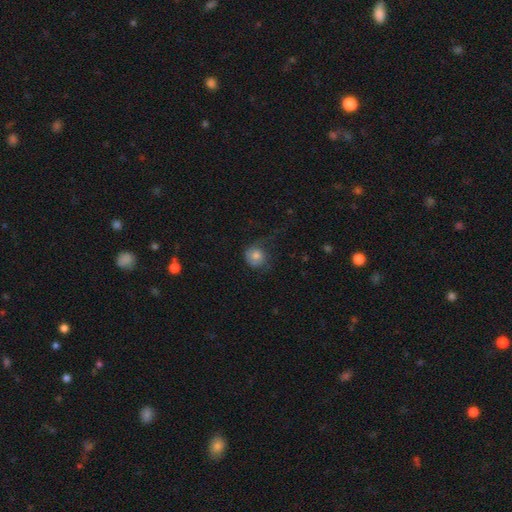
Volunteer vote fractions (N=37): Morphology: type=smooth (70%); roundness=round (92%); merging=none (42%).